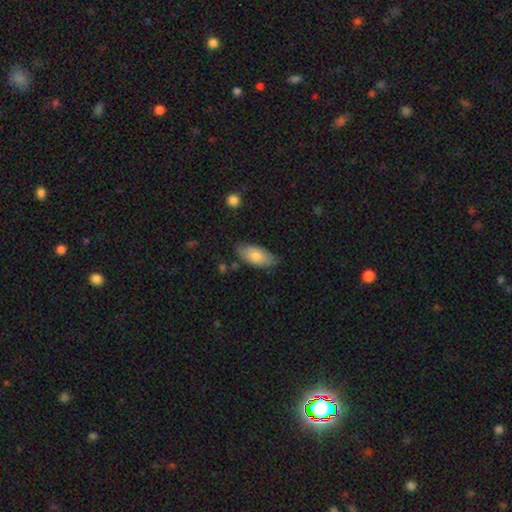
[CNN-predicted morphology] Smooth or featured: smooth — 80% (featured or disk — 14%)
How rounded: in between — 91% (cigar-shaped — 6%)
Merging: none — 78% (minor disturbance — 18%)